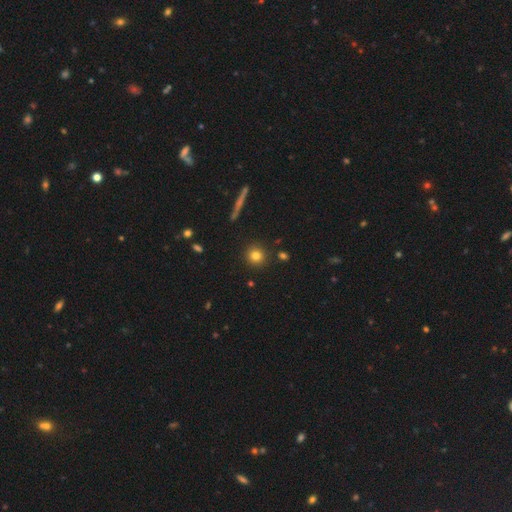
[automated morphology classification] The model was most divided on "smooth or featured": smooth: 81%, star or artifact: 11%, featured or disk: 8%. More confident: how rounded — round (93%); merging — none (89%).